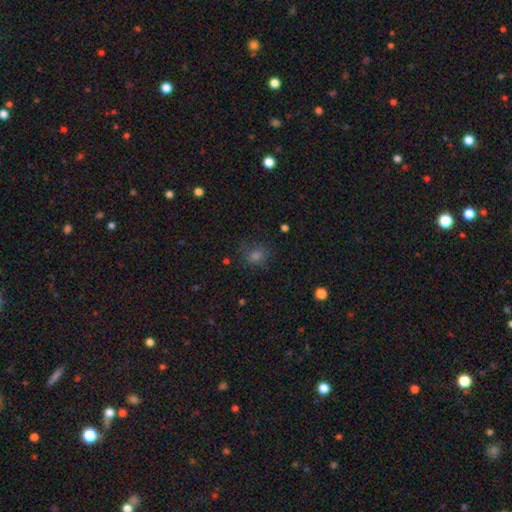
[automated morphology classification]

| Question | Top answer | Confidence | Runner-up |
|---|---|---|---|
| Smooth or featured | smooth | 64% | star or artifact (27%) |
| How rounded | round | 75% | in between (24%) |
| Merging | none | 77% | minor disturbance (15%) |